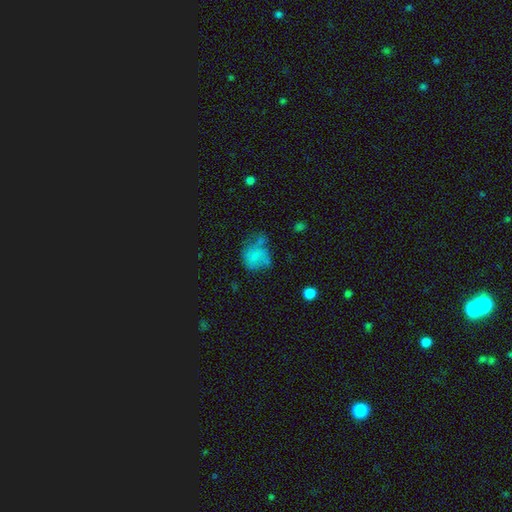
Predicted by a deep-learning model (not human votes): Smooth or featured?
  - smooth: 66% *
  - featured or disk: 21%
  - star or artifact: 12%
How rounded?
  - round: 61% *
  - in between: 38%
  - cigar-shaped: 1%
Merging?
  - none: 36% *
  - minor disturbance: 26%
  - major disturbance: 25%
  - merger: 13%